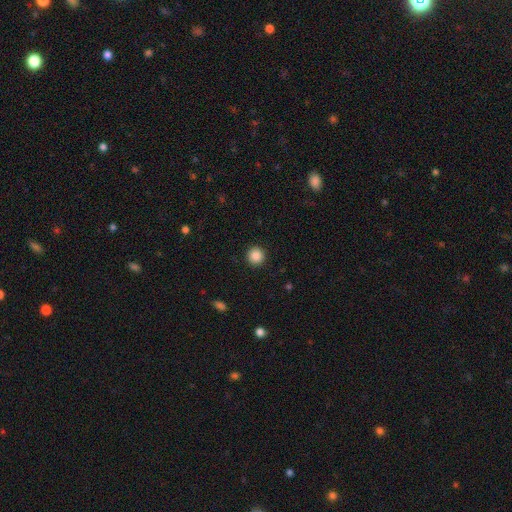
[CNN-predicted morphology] smooth_or_featured: smooth (p=0.88) [alt: star or artifact p=0.09]
how_rounded: round (p=0.95) [alt: in between p=0.04]
merging: none (p=0.92) [alt: minor disturbance p=0.05]